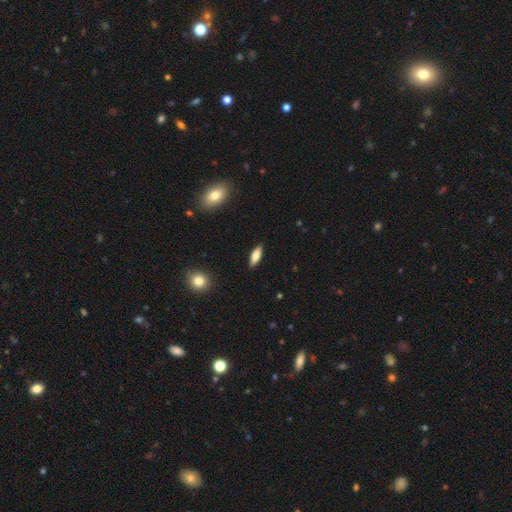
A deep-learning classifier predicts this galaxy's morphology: smooth 76%, featured or disk 18%, star or artifact 7%. Down the decision tree: how rounded — in between (64%); merging — none (89%).